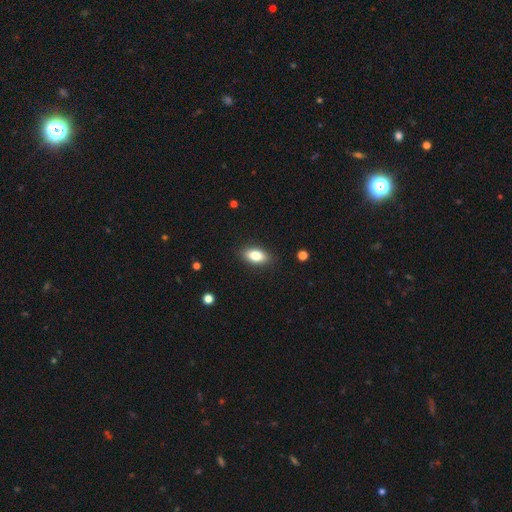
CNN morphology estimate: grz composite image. It shows a smooth galaxy with no disk features (81%) that is in between round and cigar-shaped (88%). Merging: none (88%).